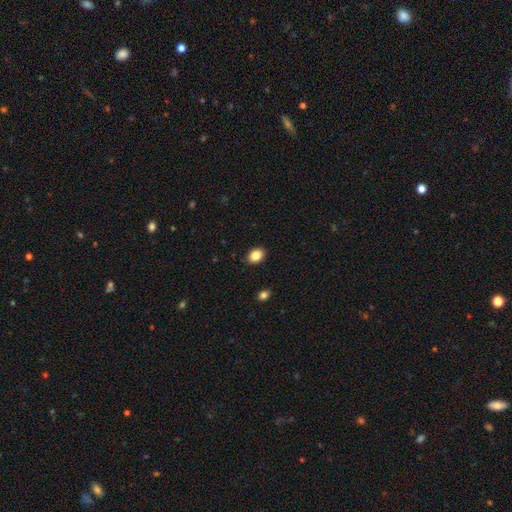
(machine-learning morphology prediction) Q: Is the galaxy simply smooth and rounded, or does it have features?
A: smooth — 85%.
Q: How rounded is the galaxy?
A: in between — 70%.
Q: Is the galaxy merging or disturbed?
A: none — 89%.